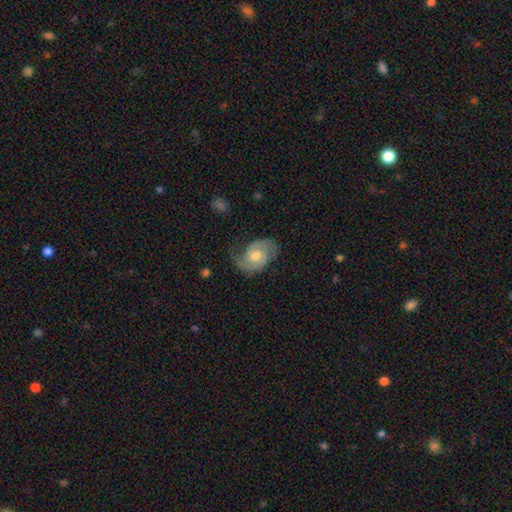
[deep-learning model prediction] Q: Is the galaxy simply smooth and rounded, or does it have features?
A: featured or disk — 77%.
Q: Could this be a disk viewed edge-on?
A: no — 97%.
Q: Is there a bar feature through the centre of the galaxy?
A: no — 55%.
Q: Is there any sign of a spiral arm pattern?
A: yes — 93%.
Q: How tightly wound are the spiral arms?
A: medium — 48%.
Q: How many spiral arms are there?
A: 2 — 85%.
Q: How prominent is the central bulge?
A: moderate — 69%.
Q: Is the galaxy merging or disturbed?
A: none — 64%.